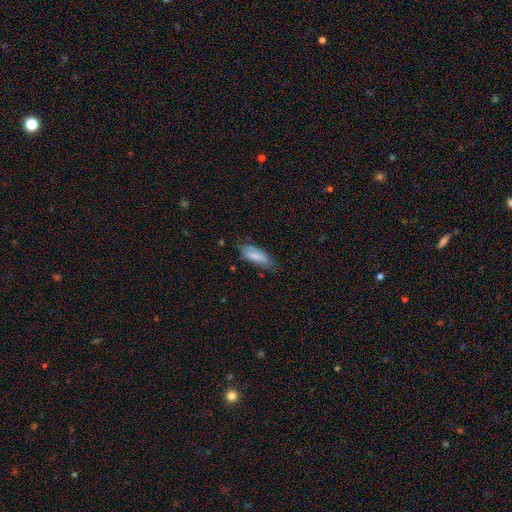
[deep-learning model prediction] This appears to be a smooth galaxy with no disk features (74%) that is in between round and cigar-shaped (64%). Merging: none (68%).